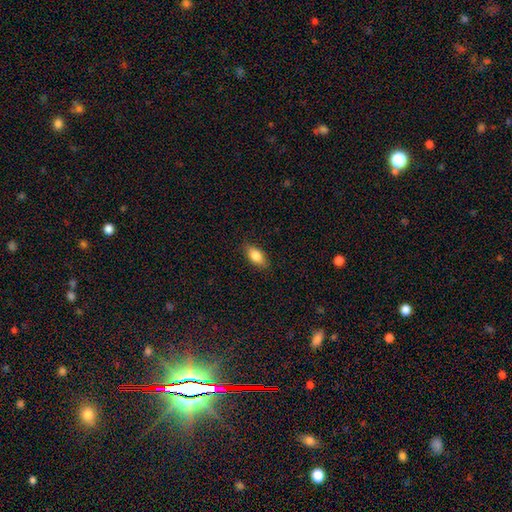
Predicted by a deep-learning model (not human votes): This appears to be a smooth galaxy with no disk features (82%) that is in between round and cigar-shaped (87%). Merging: none (85%).